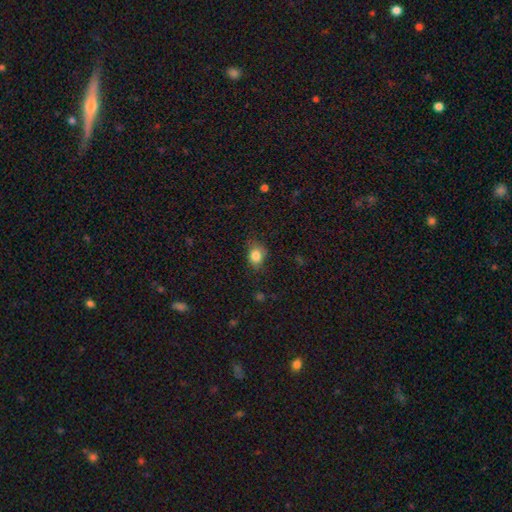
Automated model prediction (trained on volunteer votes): Smooth or featured? smooth (83%)
How rounded? in between (57%)
Merging? none (72%)